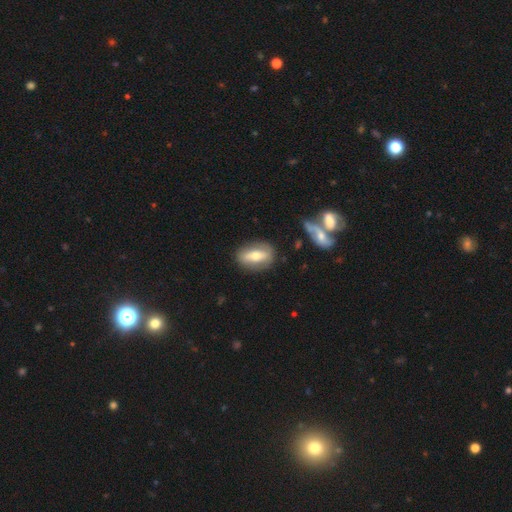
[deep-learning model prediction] Smooth or featured? featured or disk (47%)
Merging? none (82%)